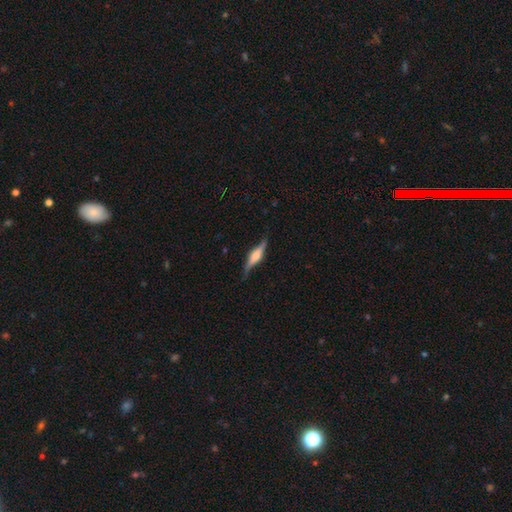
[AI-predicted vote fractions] Smooth or featured?
  - featured or disk: 74% *
  - smooth: 21%
  - star or artifact: 6%
Edge-on disk?
  - yes: 96% *
  - no: 4%
Edge-on bulge?
  - rounded: 78% *
  - boxy: 19%
  - none: 3%
Merging?
  - none: 82% *
  - minor disturbance: 14%
  - major disturbance: 3%
  - merger: 1%